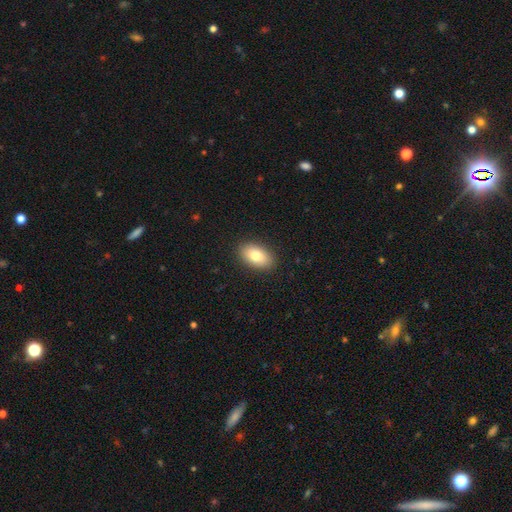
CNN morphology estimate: smooth_or_featured: smooth (p=0.79) [alt: featured or disk p=0.14]
how_rounded: in between (p=0.91) [alt: round p=0.07]
merging: none (p=0.89) [alt: minor disturbance p=0.08]